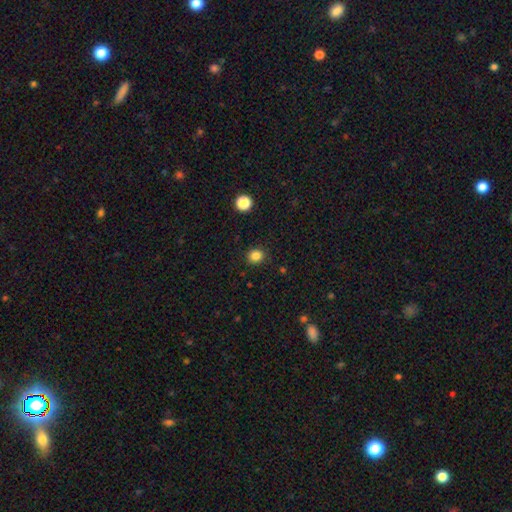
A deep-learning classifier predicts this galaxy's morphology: Smooth or featured: smooth — 84% (star or artifact — 12%)
How rounded: round — 84% (in between — 15%)
Merging: none — 90% (minor disturbance — 7%)